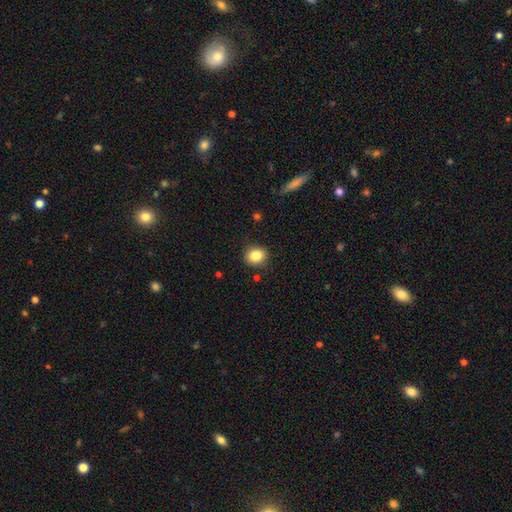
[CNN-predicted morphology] Smooth or featured? Predicted: smooth (p=0.84). How rounded? Predicted: round (p=0.66). Merging? Predicted: none (p=0.88).